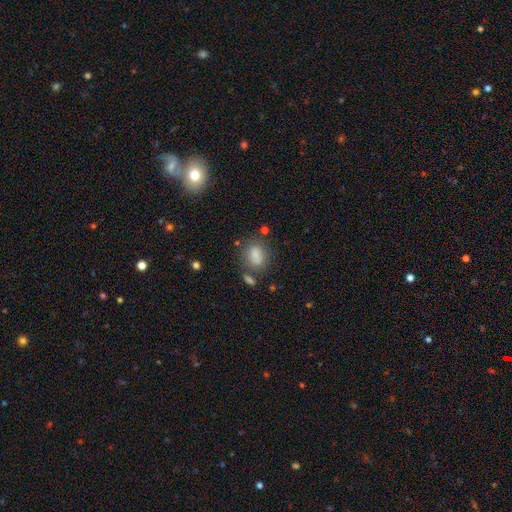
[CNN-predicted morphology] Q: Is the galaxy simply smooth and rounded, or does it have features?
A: smooth — 83%.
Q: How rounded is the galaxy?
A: in between — 74%.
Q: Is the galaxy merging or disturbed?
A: none — 64%.